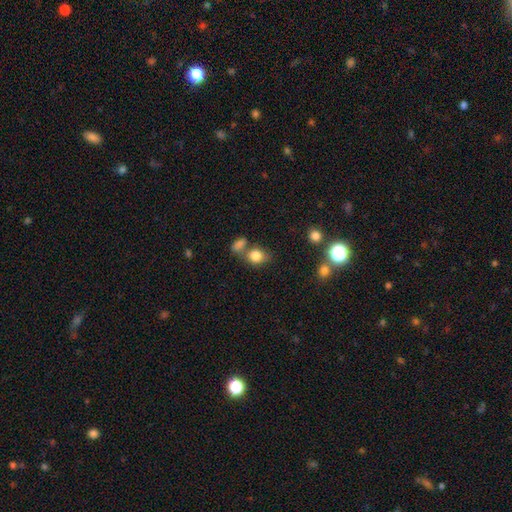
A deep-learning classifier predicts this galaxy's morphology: type=smooth (82%); roundness=round (54%); merging=none (51%).